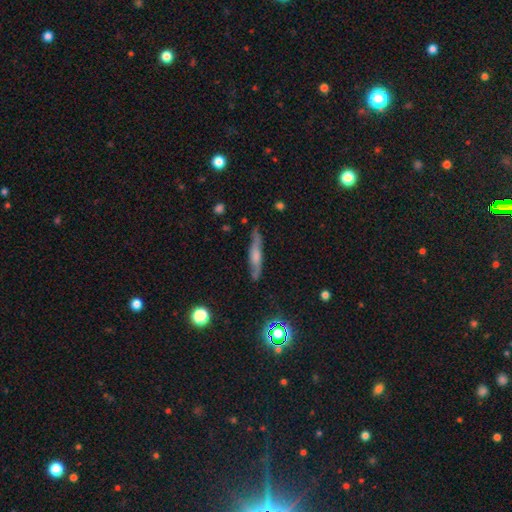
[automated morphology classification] This appears to be a featured or disk galaxy (51%) viewed edge-on (83%). Merging: none (80%).